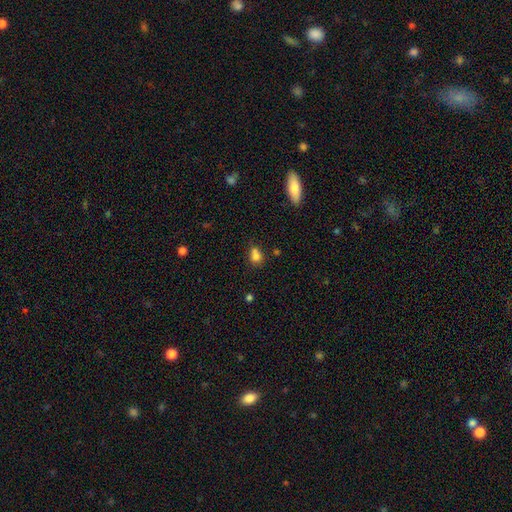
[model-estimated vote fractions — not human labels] Smooth or featured: smooth — 77% (star or artifact — 13%)
How rounded: round — 60% (in between — 39%)
Merging: none — 43% (merger — 35%)